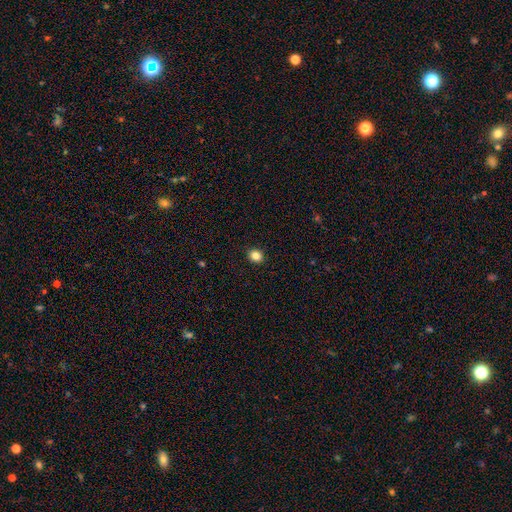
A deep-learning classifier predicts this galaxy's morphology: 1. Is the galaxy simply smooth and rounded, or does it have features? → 85% smooth, 11% star or artifact, 4% featured or disk.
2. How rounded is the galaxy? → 67% round, 32% in between, 1% cigar-shaped.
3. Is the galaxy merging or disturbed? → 92% none, 6% minor disturbance, 2% major disturbance, 1% merger.